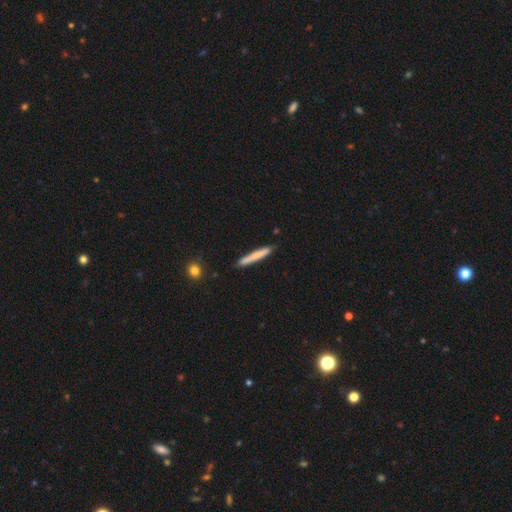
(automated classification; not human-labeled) Morphology: type=smooth (70%); roundness=cigar-shaped (95%); merging=none (86%).